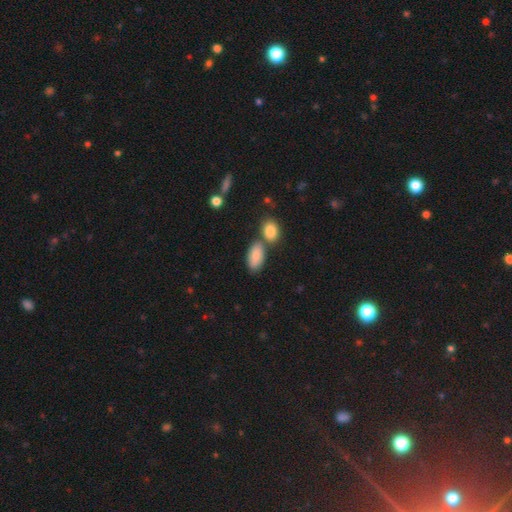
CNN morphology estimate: Overall: smooth (84%). How rounded: in between (92%). Merging: none (57%; merger 27%).